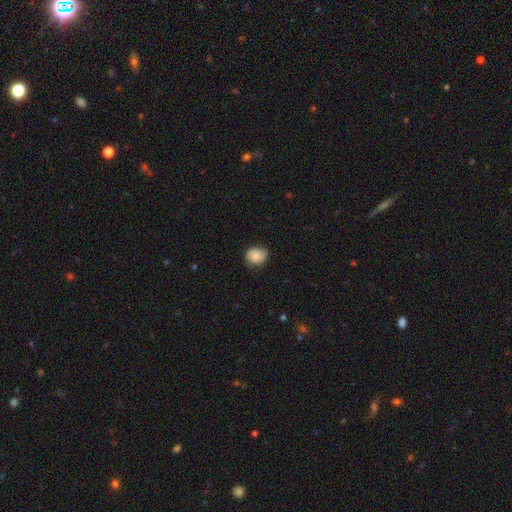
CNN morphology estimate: A smooth galaxy with no disk features (81%) that is round (61%). Merging: none (73%).